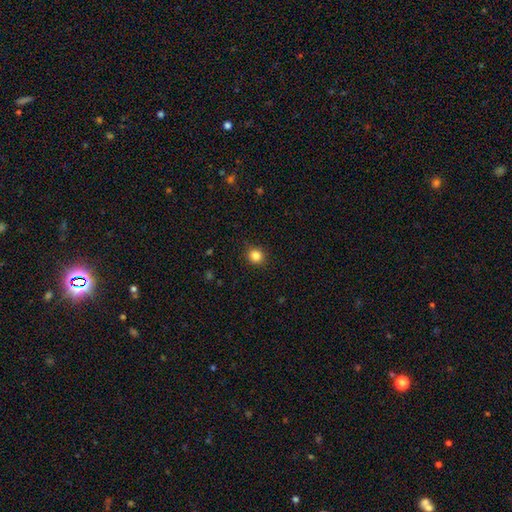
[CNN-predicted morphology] Q: Smooth or featured?
A: smooth (84%); runner-up: star or artifact (12%)
Q: How rounded?
A: round (90%); runner-up: in between (9%)
Q: Merging?
A: none (91%); runner-up: minor disturbance (6%)